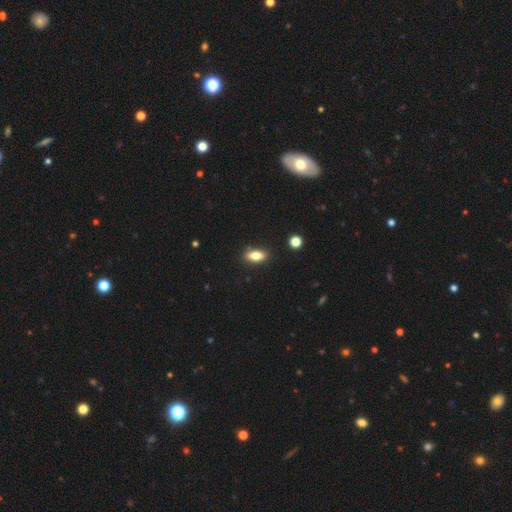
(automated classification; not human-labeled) This appears to be a smooth galaxy with no disk features (77%) that is in between round and cigar-shaped (82%). Merging: none (86%).